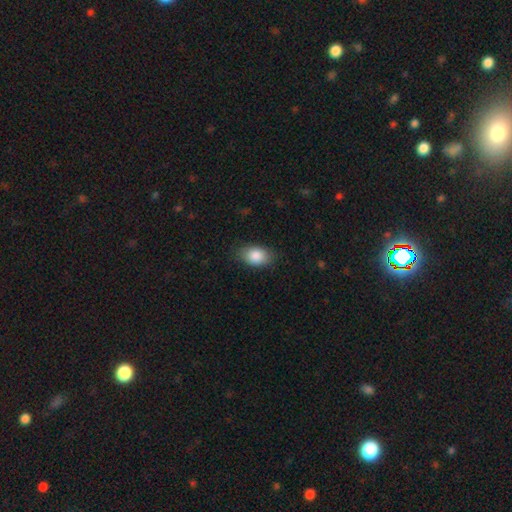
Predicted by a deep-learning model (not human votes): The model was most divided on "merging": none: 81%, minor disturbance: 14%, major disturbance: 3%, merger: 1%. More confident: how rounded — in between (88%); smooth or featured — smooth (86%).